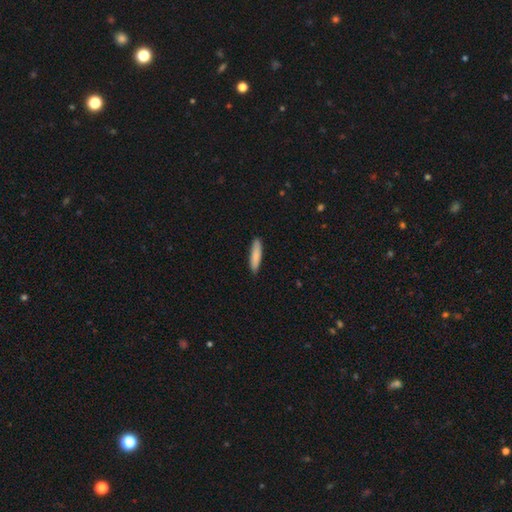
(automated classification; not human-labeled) A smooth galaxy with no disk features (86%) that is cigar-shaped (81%).

Vote fractions:
- Smooth or featured? smooth: 86% / featured or disk: 9% / star or artifact: 5%
- How rounded? cigar-shaped: 81% / in between: 17% / round: 1%
- Merging? none: 89% / minor disturbance: 8% / major disturbance: 2% / merger: 1%